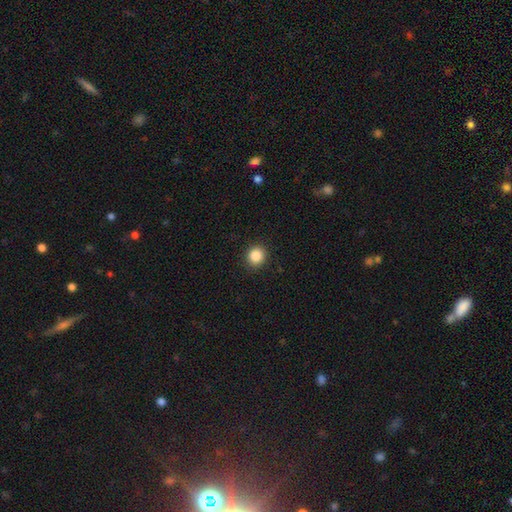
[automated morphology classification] type=smooth (87%); roundness=round (89%); merging=none (91%).